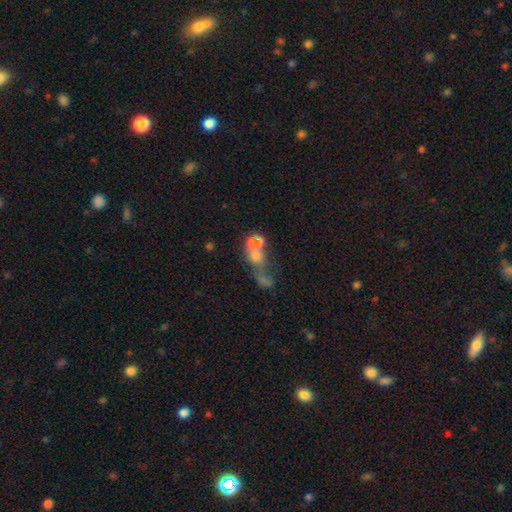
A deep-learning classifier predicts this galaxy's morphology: This appears to be a smooth galaxy with no disk features (52%) that is round (60%). Merging: merger (48%).